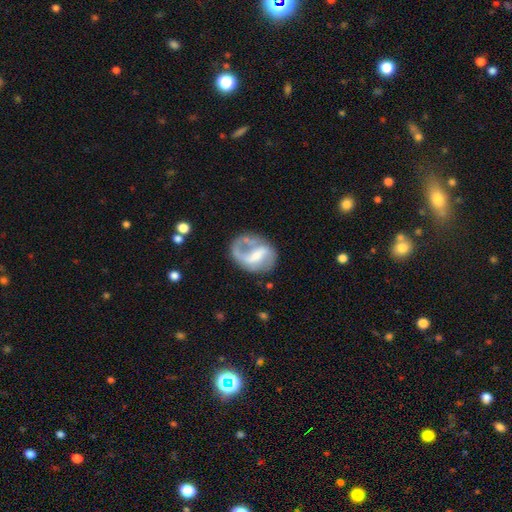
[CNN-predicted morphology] Smooth or featured? Predicted: featured or disk (p=0.74). Edge-on disk? Predicted: no (p=0.97). Bar? Predicted: weak (p=0.46). Spiral arms? Predicted: yes (p=0.82). Spiral winding? Predicted: loose (p=0.49). Spiral arm count? Predicted: 2 (p=0.60). Bulge size? Predicted: moderate (p=0.39). Merging? Predicted: none (p=0.52).